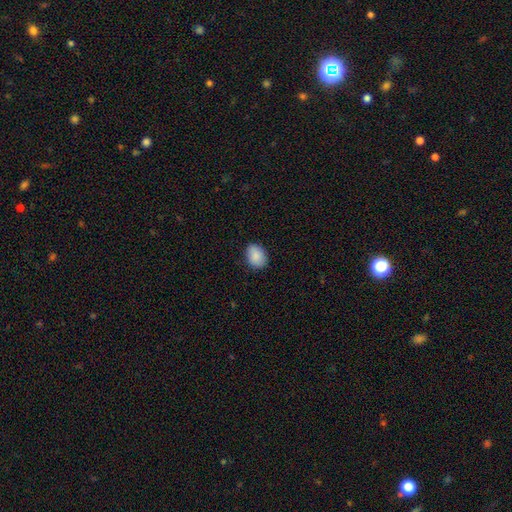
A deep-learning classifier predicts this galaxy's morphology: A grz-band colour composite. It shows a smooth galaxy with no disk features (89%) that is in between round and cigar-shaped (65%). Merging: none (83%).